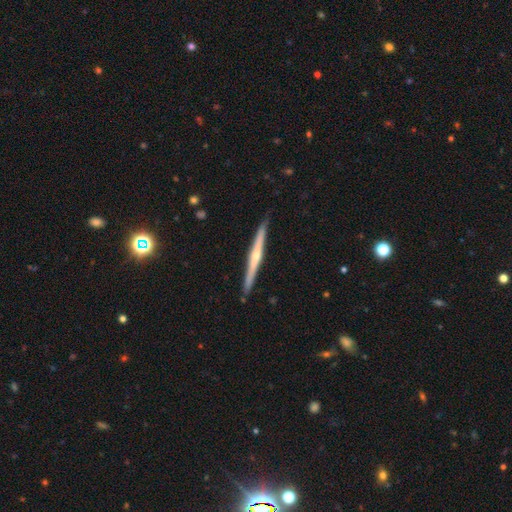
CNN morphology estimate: A featured or disk galaxy (74%) viewed edge-on (98%) with a rounded central bulge (75%). Merging: none (91%).